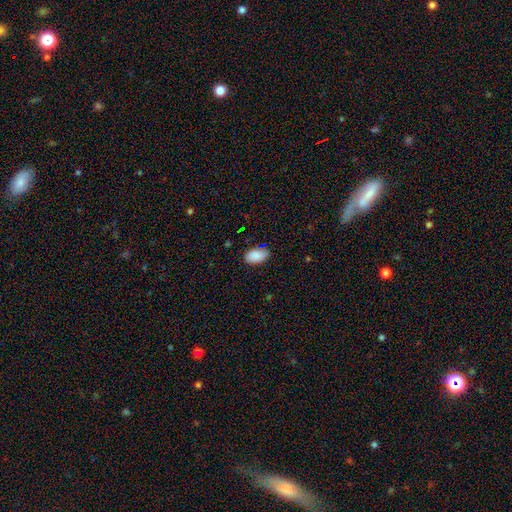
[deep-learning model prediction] This is clearly a smooth galaxy (87%). How rounded: clearly in between (94%). Merging: likely none (80%).